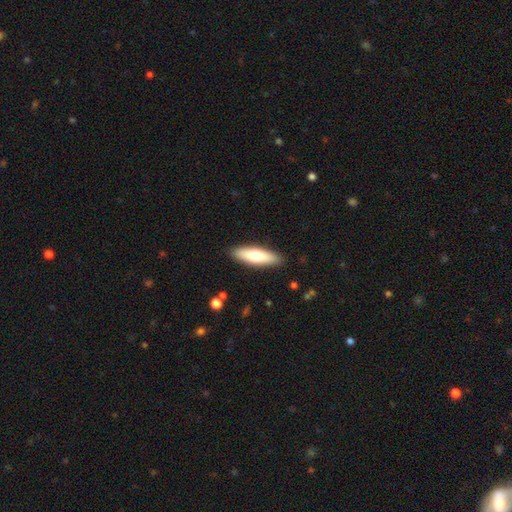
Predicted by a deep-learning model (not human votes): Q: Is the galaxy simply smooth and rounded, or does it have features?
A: smooth — 73%.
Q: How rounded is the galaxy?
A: cigar-shaped — 56%.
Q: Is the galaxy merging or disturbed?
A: none — 89%.